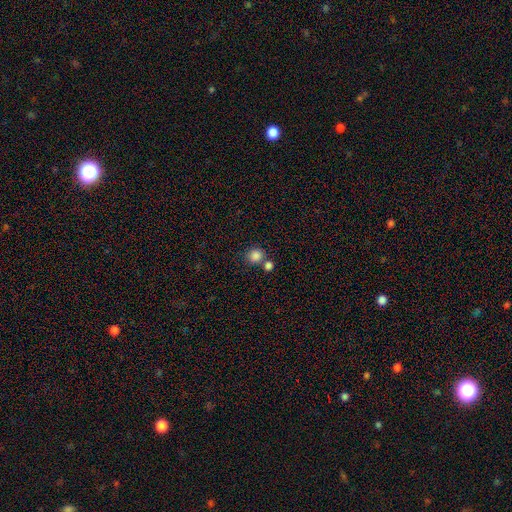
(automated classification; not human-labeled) A smooth galaxy with no disk features (85%) that is round (80%).

Vote fractions:
- Smooth or featured? smooth: 85% / star or artifact: 11% / featured or disk: 5%
- How rounded? round: 80% / in between: 19% / cigar-shaped: 1%
- Merging? none: 61% / merger: 26% / minor disturbance: 9% / major disturbance: 4%